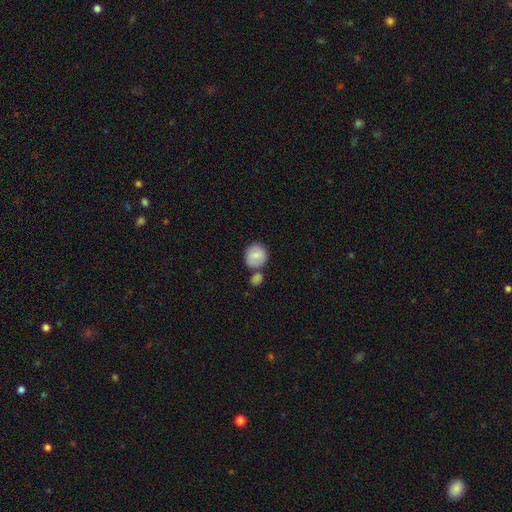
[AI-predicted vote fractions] Q: Smooth or featured?
A: smooth (83%); runner-up: featured or disk (10%)
Q: How rounded?
A: round (86%); runner-up: in between (13%)
Q: Merging?
A: none (57%); runner-up: merger (27%)